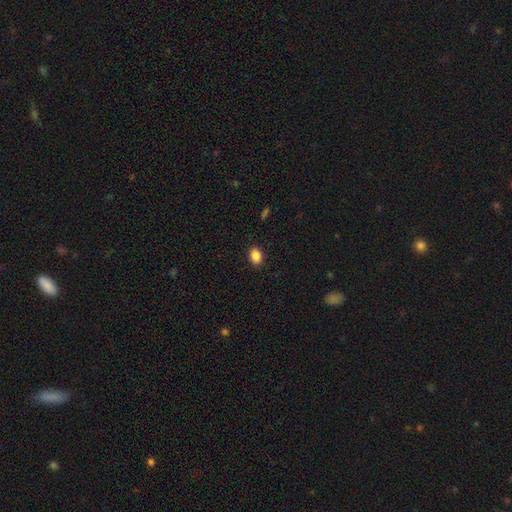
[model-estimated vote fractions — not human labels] Overall: smooth (87%). How rounded: in between (71%). Merging: none (90%).